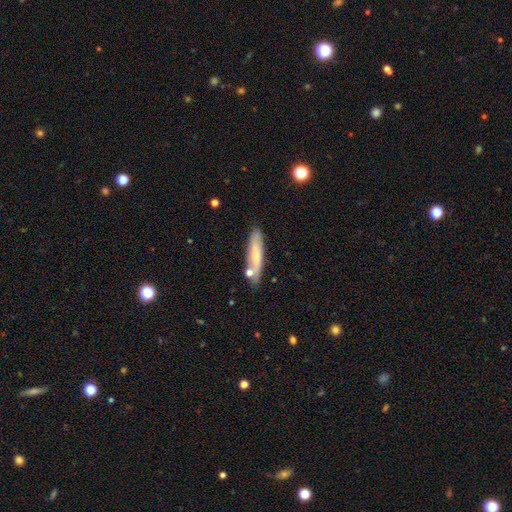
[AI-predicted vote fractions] smooth 56%, featured or disk 38%, star or artifact 7%. Down the decision tree: how rounded — cigar-shaped (80%); merging — none (73%).